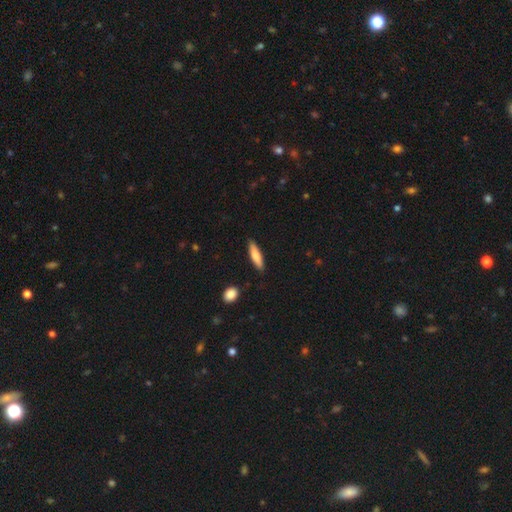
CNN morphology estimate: This appears to be a smooth galaxy with no disk features (77%) that is cigar-shaped (76%). Merging: none (87%).